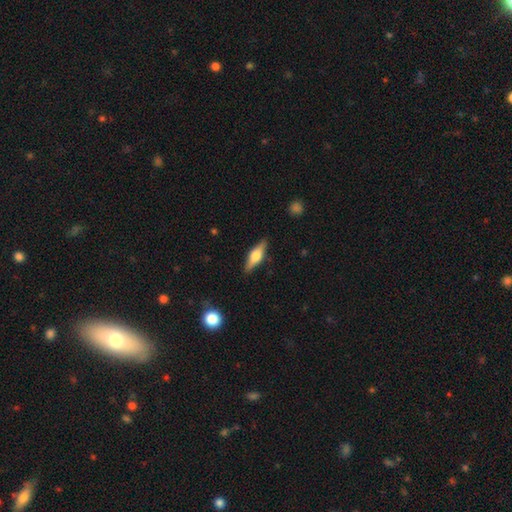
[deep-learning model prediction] Smooth or featured?
  - featured or disk: 54% *
  - smooth: 39%
  - star or artifact: 6%
Edge-on disk?
  - yes: 94% *
  - no: 6%
Edge-on bulge?
  - rounded: 89% *
  - boxy: 9%
  - none: 2%
Merging?
  - none: 87% *
  - minor disturbance: 10%
  - major disturbance: 2%
  - merger: 1%